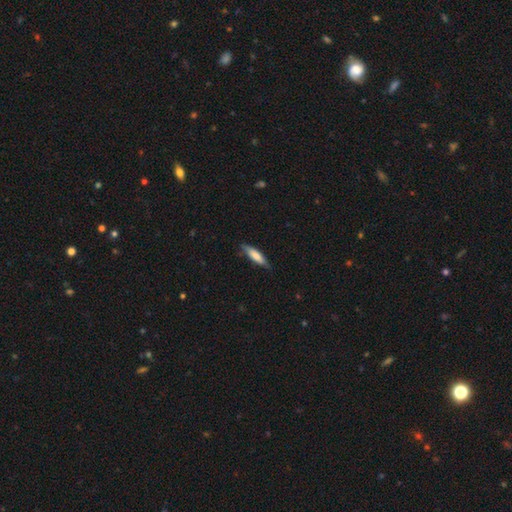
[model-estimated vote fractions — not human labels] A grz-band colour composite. It shows a smooth galaxy with no disk features (72%) that is cigar-shaped (70%). Merging: none (78%).